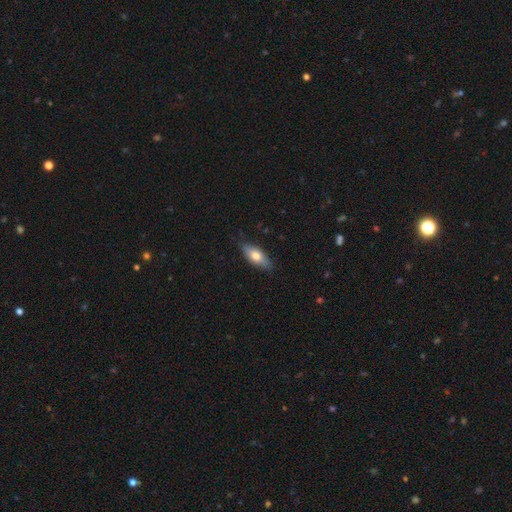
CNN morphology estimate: smooth_or_featured: smooth (p=0.69) [alt: featured or disk p=0.25]
how_rounded: in between (p=0.76) [alt: cigar-shaped p=0.21]
merging: none (p=0.82) [alt: minor disturbance p=0.15]